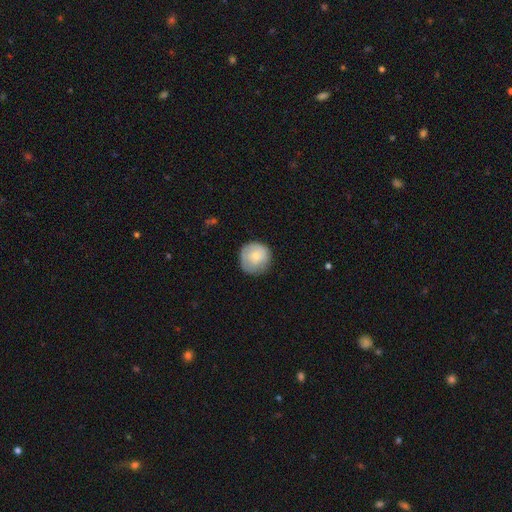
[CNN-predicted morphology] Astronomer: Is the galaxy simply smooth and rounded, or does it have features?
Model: smooth — 75%.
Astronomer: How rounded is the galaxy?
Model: round — 92%.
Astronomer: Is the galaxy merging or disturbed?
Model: none — 75%.